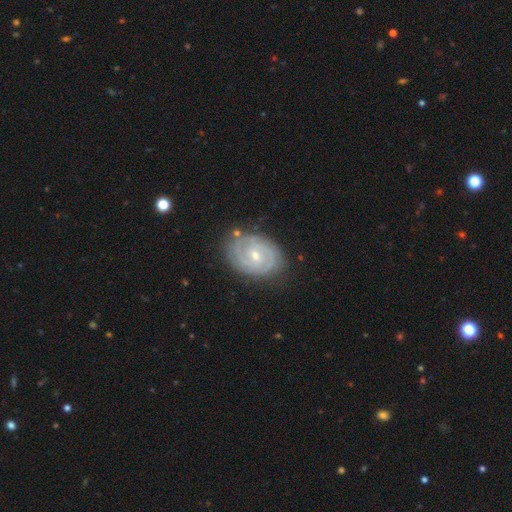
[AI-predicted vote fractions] Smooth or featured?
  - featured or disk: 84% *
  - smooth: 11%
  - star or artifact: 5%
Edge-on disk?
  - no: 97% *
  - yes: 3%
Bar?
  - no: 51% *
  - weak: 41%
  - strong: 9%
Spiral arms?
  - yes: 94% *
  - no: 6%
Spiral winding?
  - tight: 74% *
  - medium: 21%
  - loose: 4%
Spiral arm count?
  - 2: 61% *
  - can't tell: 19%
  - 3: 12%
  - 4: 3%
  - 1: 3%
  - more than 4: 3%
Bulge size?
  - small: 55% *
  - moderate: 42%
  - large: 1%
  - none: 1%
  - dominant: 1%
Merging?
  - none: 79% *
  - minor disturbance: 15%
  - major disturbance: 4%
  - merger: 2%